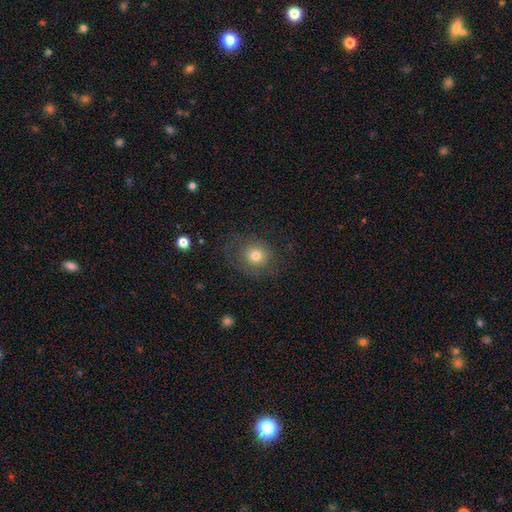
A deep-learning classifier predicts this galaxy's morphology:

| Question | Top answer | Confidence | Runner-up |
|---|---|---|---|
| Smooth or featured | smooth | 73% | featured or disk (15%) |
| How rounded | round | 80% | in between (19%) |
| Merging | none | 72% | minor disturbance (16%) |